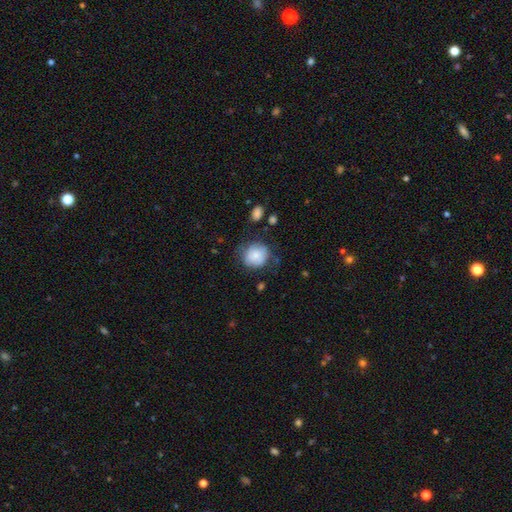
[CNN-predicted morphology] Smooth or featured?
  - smooth: 76% *
  - featured or disk: 16%
  - star or artifact: 8%
How rounded?
  - round: 83% *
  - in between: 16%
  - cigar-shaped: 1%
Merging?
  - none: 65% *
  - minor disturbance: 24%
  - major disturbance: 9%
  - merger: 2%